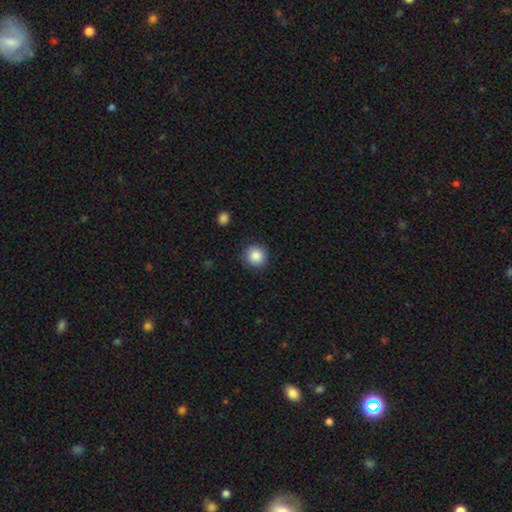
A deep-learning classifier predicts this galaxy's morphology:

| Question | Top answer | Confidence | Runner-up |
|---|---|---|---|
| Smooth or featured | smooth | 86% | star or artifact (9%) |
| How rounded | round | 93% | in between (6%) |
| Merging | none | 89% | minor disturbance (7%) |